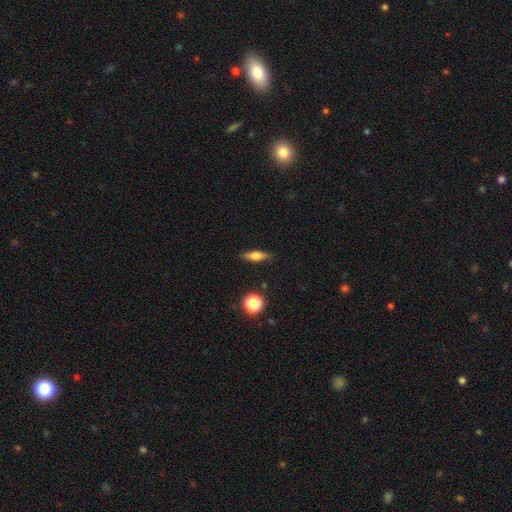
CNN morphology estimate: A smooth galaxy with no disk features (58%) that is cigar-shaped (48%). Merging: none (86%).